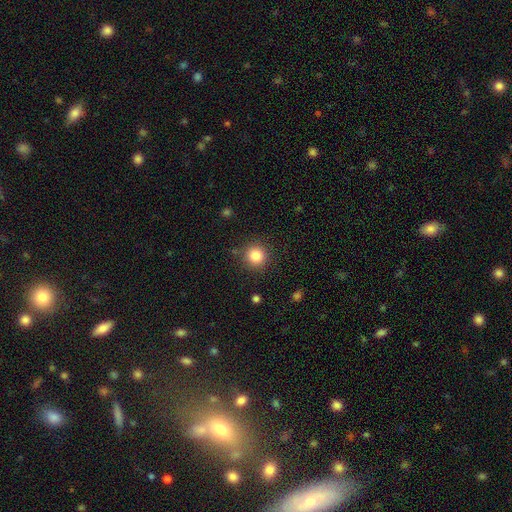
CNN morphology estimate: Smooth or featured? smooth (83%)
How rounded? round (94%)
Merging? none (88%)